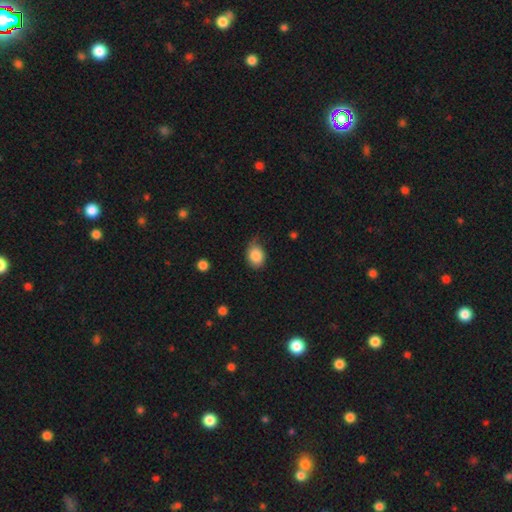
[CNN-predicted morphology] The model was most divided on "merging": none: 57%, minor disturbance: 34%, major disturbance: 8%, merger: 2%. More confident: smooth or featured — smooth (85%); how rounded — in between (62%).